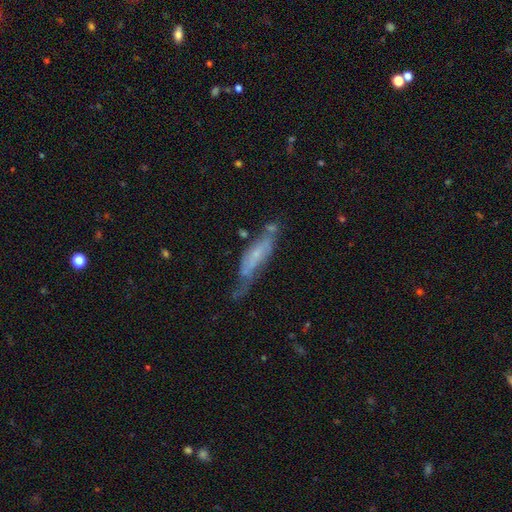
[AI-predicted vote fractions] smooth_or_featured: featured or disk (p=0.59) [alt: smooth p=0.32]
disk_edge_on: no (p=0.63) [alt: yes p=0.37]
merging: none (p=0.40) [alt: minor disturbance p=0.30]